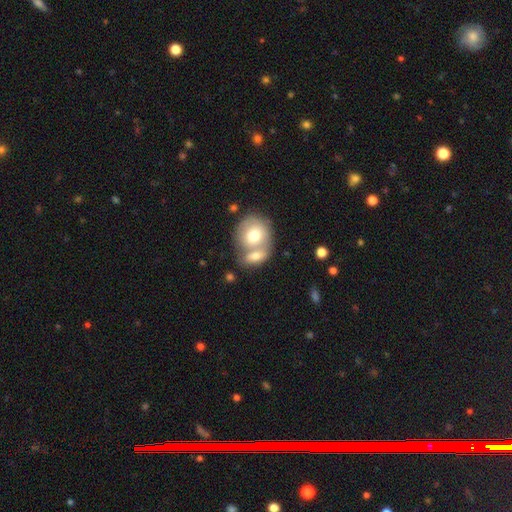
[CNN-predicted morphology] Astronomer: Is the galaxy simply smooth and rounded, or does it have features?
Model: smooth — 69%.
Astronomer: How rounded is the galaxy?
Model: in between — 54% (runner-up: round, 43%).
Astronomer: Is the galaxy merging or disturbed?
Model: merger — 62%.